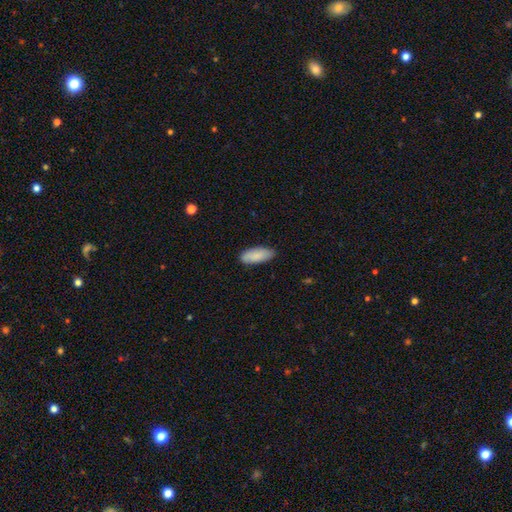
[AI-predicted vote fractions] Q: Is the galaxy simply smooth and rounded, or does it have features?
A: smooth — 86%.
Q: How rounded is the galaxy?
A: in between — 82%.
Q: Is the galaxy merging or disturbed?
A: none — 83%.